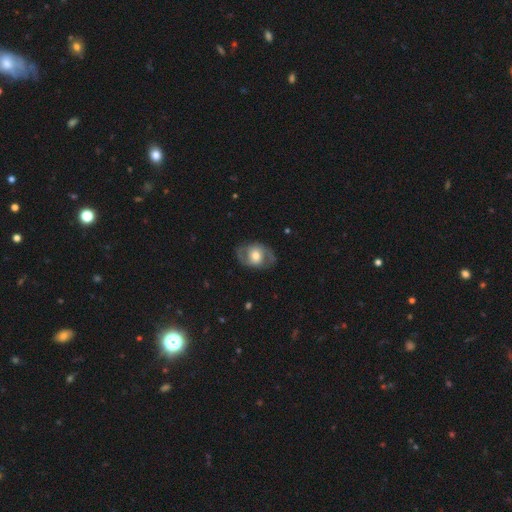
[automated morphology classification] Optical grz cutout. It shows a featured or disk galaxy (61%) with no bar (61%), spiral arms (57%) and a moderate central bulge (66%). Merging: none (77%).